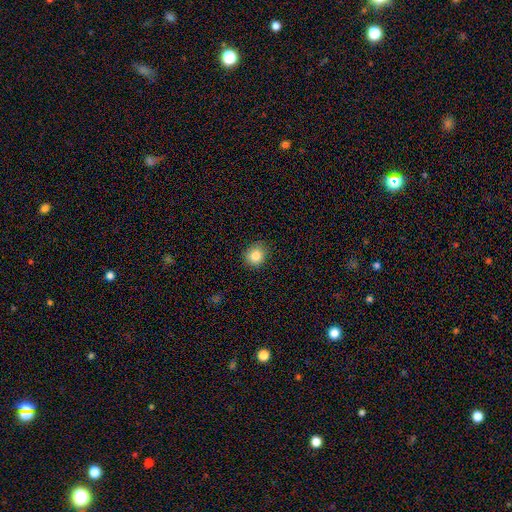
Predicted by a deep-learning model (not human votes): Morphology: type=smooth (84%); roundness=round (82%); merging=none (87%).